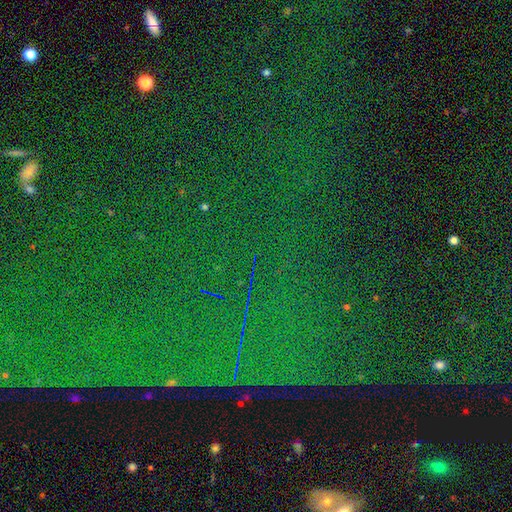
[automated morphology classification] Smooth or featured? star or artifact (84%)